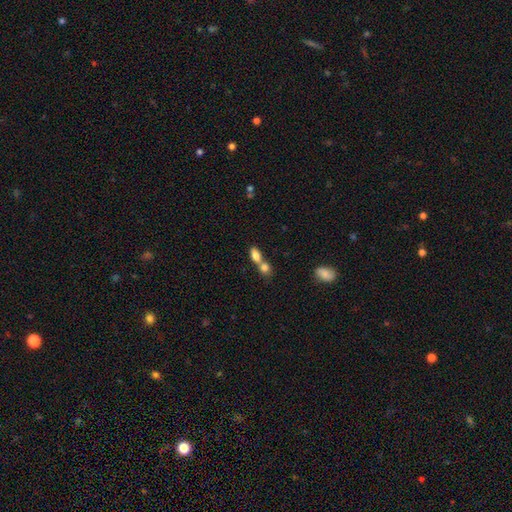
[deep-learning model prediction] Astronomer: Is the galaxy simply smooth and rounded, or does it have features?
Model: smooth — 80%.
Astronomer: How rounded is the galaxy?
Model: in between — 77%.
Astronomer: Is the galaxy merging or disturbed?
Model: merger — 64%.